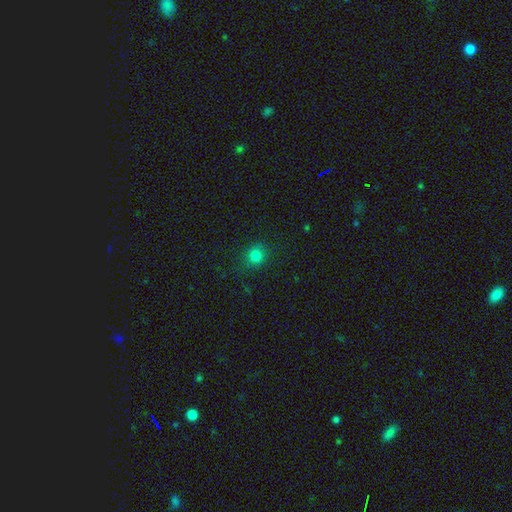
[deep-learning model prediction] The model was most divided on "smooth or featured": smooth: 80%, star or artifact: 15%, featured or disk: 5%. More confident: merging — none (85%); how rounded — round (83%).